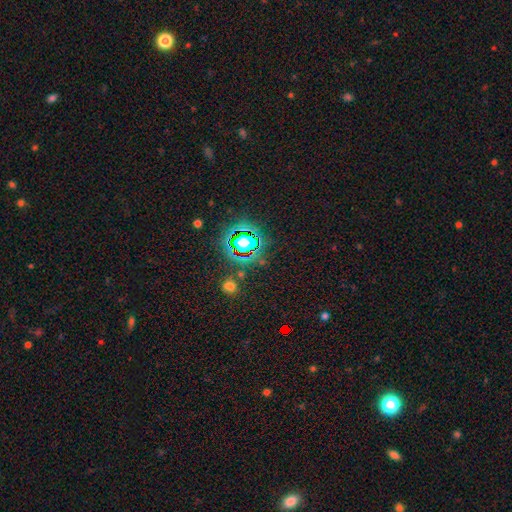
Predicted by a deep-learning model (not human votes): Smooth or featured? star or artifact (80%)